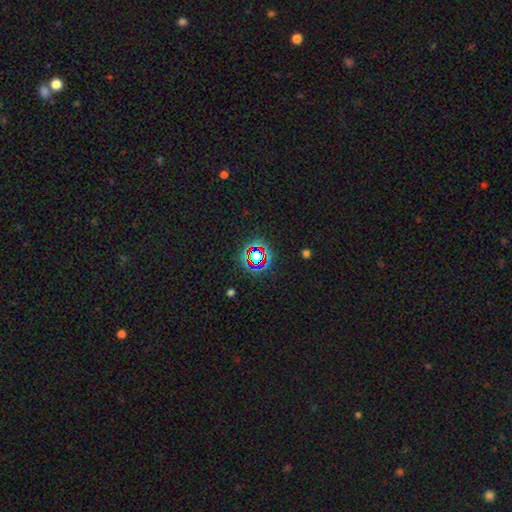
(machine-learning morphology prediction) type=star or artifact (70%).